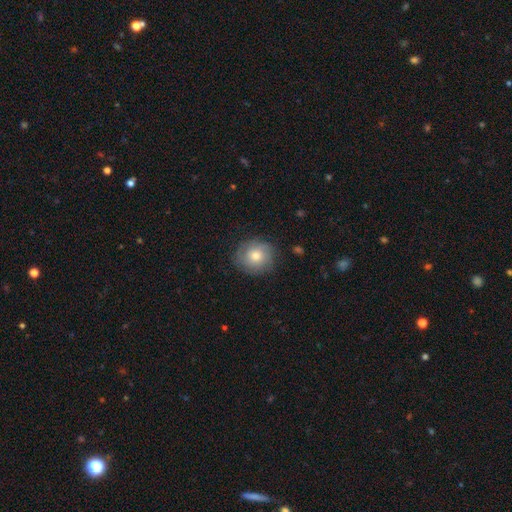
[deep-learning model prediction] Smooth or featured?
  - smooth: 61% *
  - featured or disk: 30%
  - star or artifact: 9%
How rounded?
  - round: 86% *
  - in between: 13%
  - cigar-shaped: 1%
Merging?
  - none: 81% *
  - minor disturbance: 14%
  - major disturbance: 4%
  - merger: 1%